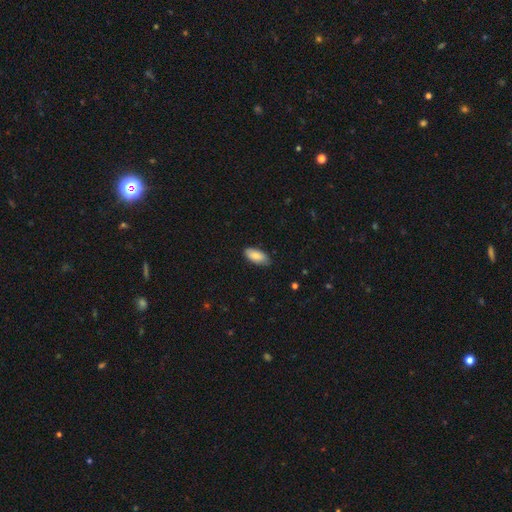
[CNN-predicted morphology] A smooth galaxy with no disk features (85%) that is in between round and cigar-shaped (89%). Merging: none (82%).